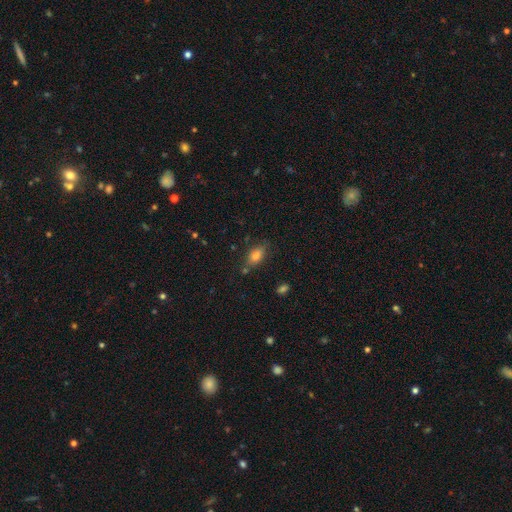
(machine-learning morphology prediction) Smooth or featured? Predicted: smooth (p=0.79). How rounded? Predicted: in between (p=0.85). Merging? Predicted: none (p=0.72).